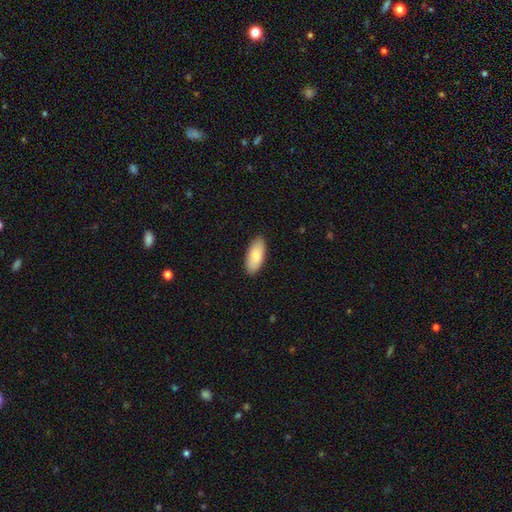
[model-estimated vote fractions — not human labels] Morphology: type=smooth (83%); roundness=in between (89%); merging=none (88%).